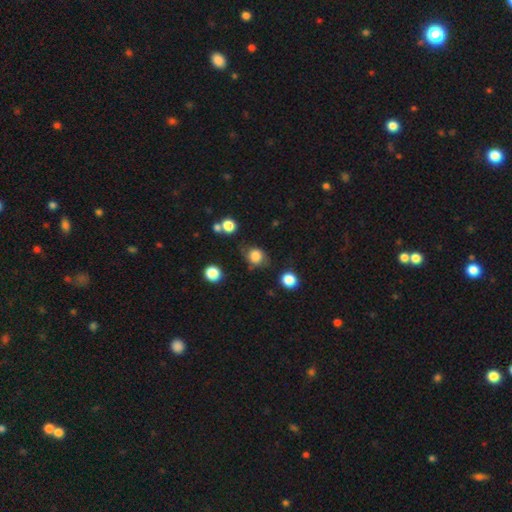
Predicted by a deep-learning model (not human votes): Overall: smooth (80%). How rounded: round (67%; in between 32%). Merging: none (64%).